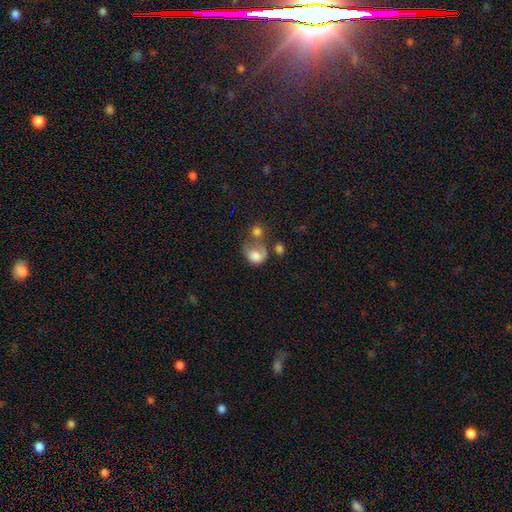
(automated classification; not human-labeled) This is likely a smooth galaxy (72%). How rounded: possibly round (55%). Merging: marginally merger (35%).